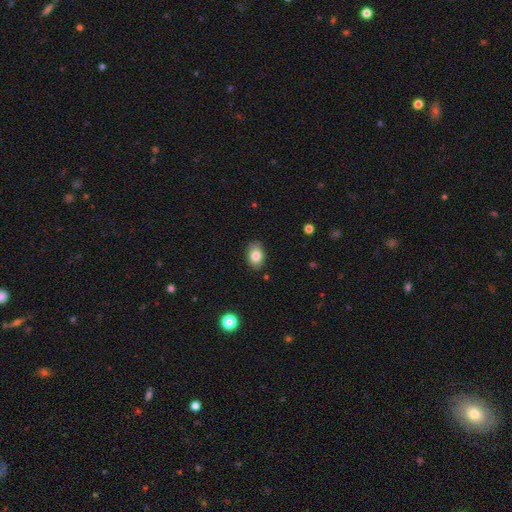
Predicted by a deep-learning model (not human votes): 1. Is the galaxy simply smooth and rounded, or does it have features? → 83% smooth, 10% featured or disk, 8% star or artifact.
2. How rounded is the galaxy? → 86% in between, 12% round, 1% cigar-shaped.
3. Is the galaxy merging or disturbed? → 84% none, 13% minor disturbance, 3% major disturbance, 1% merger.